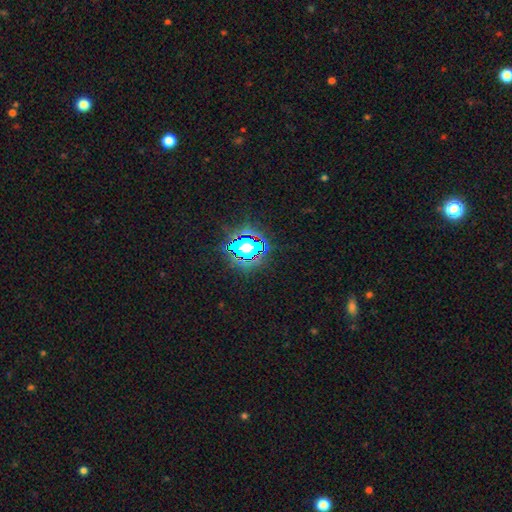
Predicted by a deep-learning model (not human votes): star or artifact 81%, smooth 12%, featured or disk 7%.